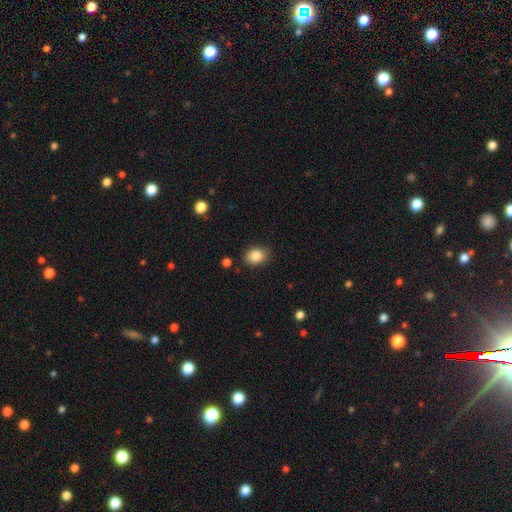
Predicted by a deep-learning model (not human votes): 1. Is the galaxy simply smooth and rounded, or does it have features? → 86% smooth, 9% star or artifact, 6% featured or disk.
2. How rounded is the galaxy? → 68% in between, 31% round, 1% cigar-shaped.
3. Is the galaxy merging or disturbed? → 84% none, 11% minor disturbance, 3% major disturbance, 2% merger.